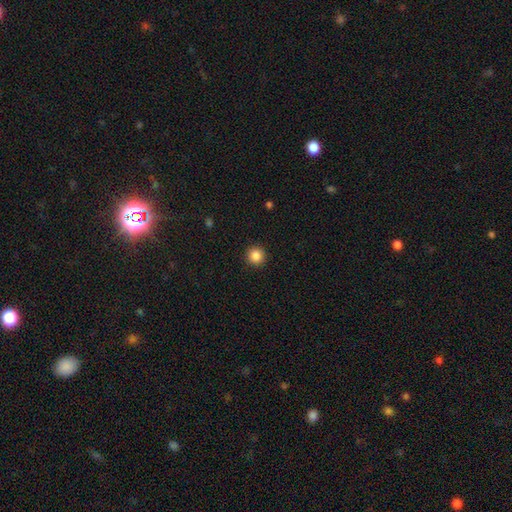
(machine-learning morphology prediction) This appears to be a smooth galaxy with no disk features (86%) that is round (95%). Merging: none (93%).